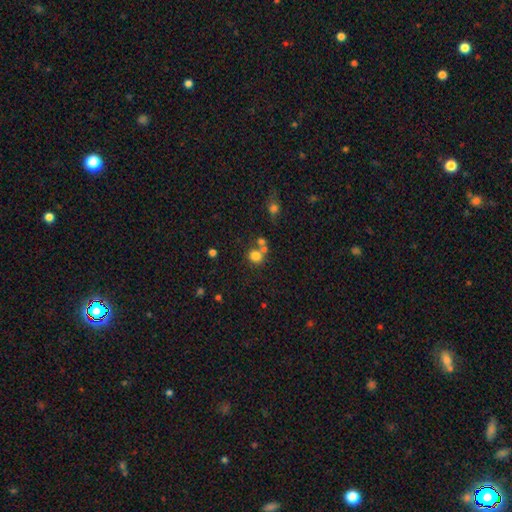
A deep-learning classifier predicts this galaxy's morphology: smooth-or-featured: smooth: 78% | star or artifact: 14% | featured or disk: 8%
  how-rounded: round: 80% | in between: 19% | cigar-shaped: 1%
  merging: none: 56% | merger: 30% | minor disturbance: 10% | major disturbance: 5%